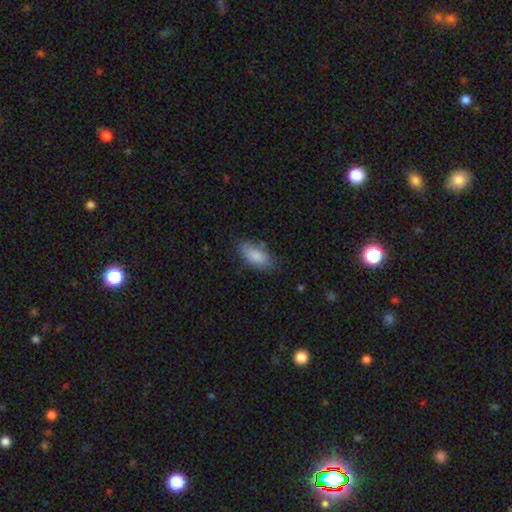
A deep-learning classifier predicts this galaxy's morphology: The model was most divided on "merging": none: 73%, minor disturbance: 19%, major disturbance: 5%, merger: 3%. More confident: how rounded — in between (88%); smooth or featured — smooth (86%).